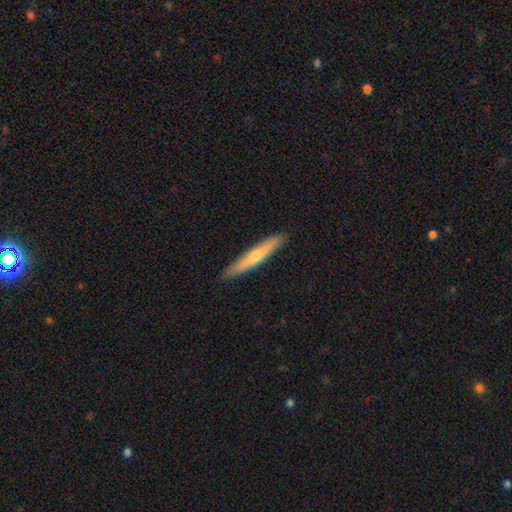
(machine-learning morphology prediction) Overall: featured or disk (51%; smooth 42%). Edge-on disk: yes (91%). Merging: none (91%).